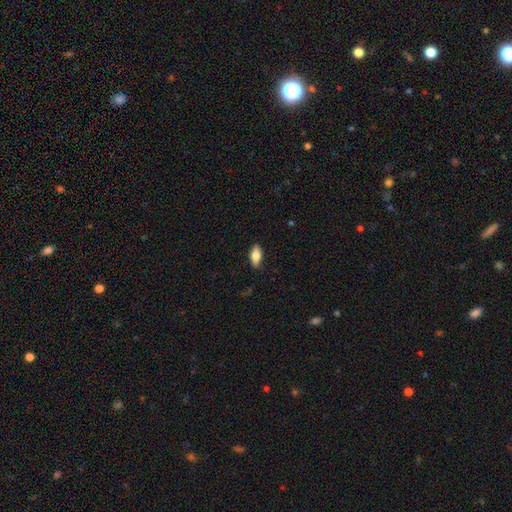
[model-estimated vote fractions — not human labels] This is likely a smooth galaxy (73%). How rounded: clearly in between (84%). Merging: clearly none (86%).